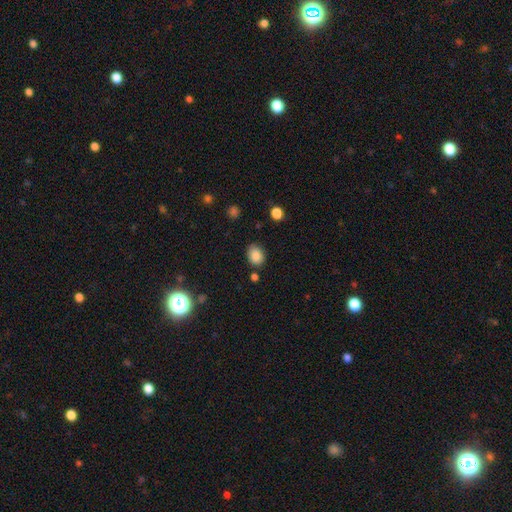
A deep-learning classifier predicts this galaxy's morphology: type=smooth (85%); roundness=in between (61%); merging=none (78%).